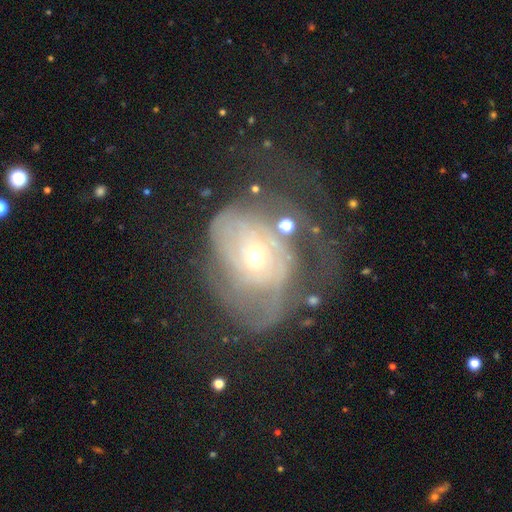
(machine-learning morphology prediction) smooth-or-featured: featured or disk: 70% | smooth: 20% | star or artifact: 10%
  disk-edge-on: no: 96% | yes: 4%
    bar: no: 78% | weak: 17% | strong: 4%
    has-spiral-arms: yes: 68% | no: 32%
    bulge-size: small: 53% | moderate: 42% | large: 3% | dominant: 1% | none: 1%
  merging: major disturbance: 47% | none: 29% | minor disturbance: 19% | merger: 6%